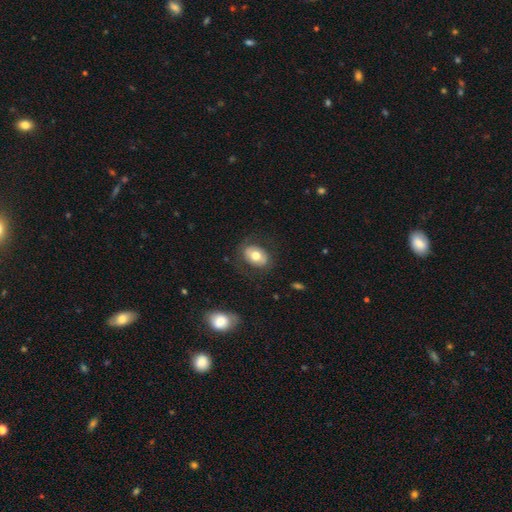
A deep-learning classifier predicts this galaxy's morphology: Smooth or featured: smooth — 67% (featured or disk — 26%)
How rounded: in between — 74% (round — 25%)
Merging: none — 79% (minor disturbance — 13%)